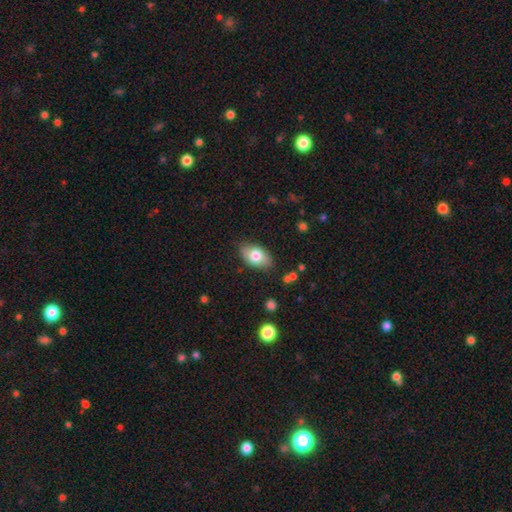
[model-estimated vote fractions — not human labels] A smooth galaxy with no disk features (74%) that is in between round and cigar-shaped (90%).

Vote fractions:
- Smooth or featured? smooth: 74% / featured or disk: 19% / star or artifact: 7%
- How rounded? in between: 90% / round: 8% / cigar-shaped: 2%
- Merging? none: 82% / minor disturbance: 13% / major disturbance: 3% / merger: 2%